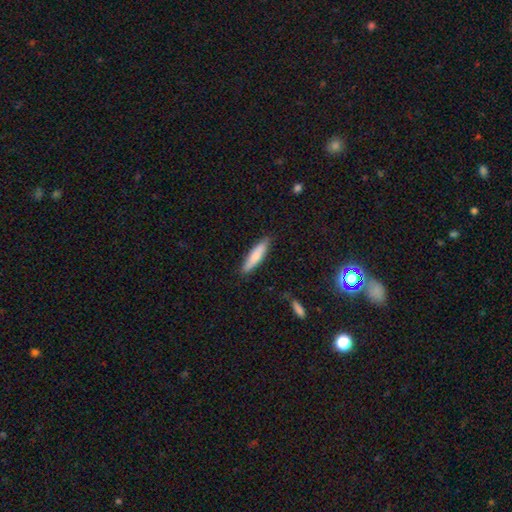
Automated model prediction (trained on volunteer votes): Smooth or featured? Predicted: smooth (p=0.78). How rounded? Predicted: cigar-shaped (p=0.80). Merging? Predicted: none (p=0.86).